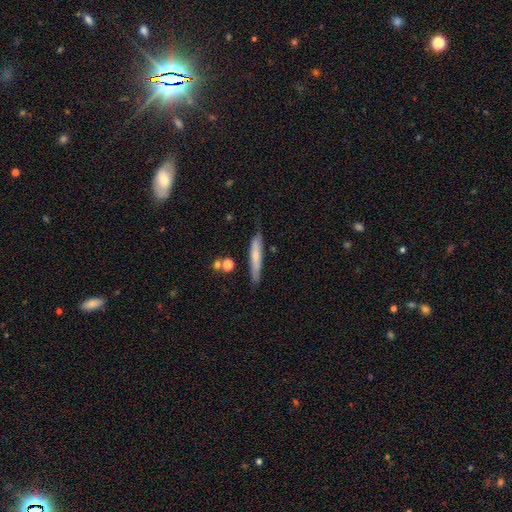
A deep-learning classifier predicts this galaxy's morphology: smooth_or_featured: smooth (p=0.62) [alt: featured or disk p=0.32]
how_rounded: cigar-shaped (p=0.92) [alt: in between p=0.07]
merging: none (p=0.74) [alt: minor disturbance p=0.18]